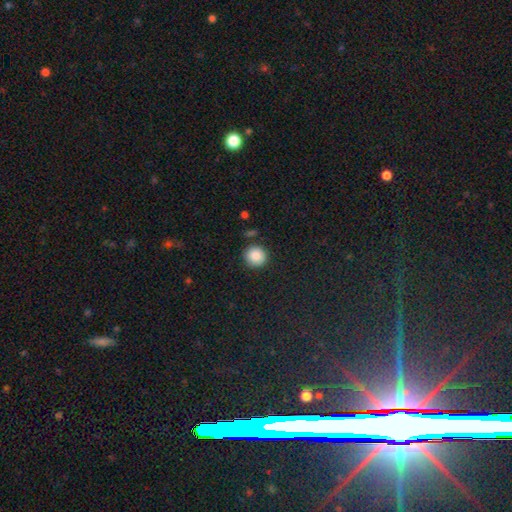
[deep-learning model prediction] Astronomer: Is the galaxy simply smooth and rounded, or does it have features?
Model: smooth — 87%.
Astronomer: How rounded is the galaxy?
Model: round — 93%.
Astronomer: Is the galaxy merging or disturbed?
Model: none — 86%.